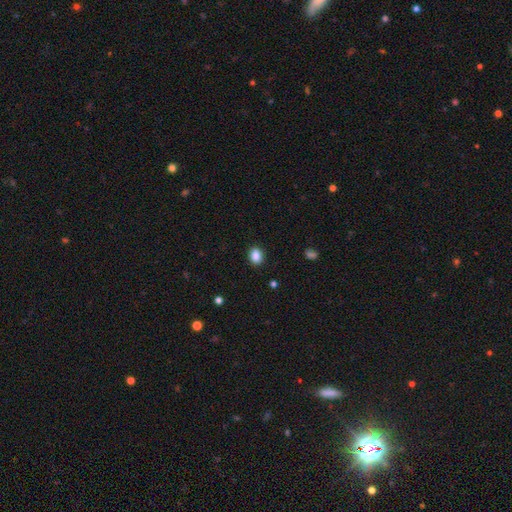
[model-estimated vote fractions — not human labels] Smooth or featured?
  - smooth: 88% *
  - star or artifact: 9%
  - featured or disk: 3%
How rounded?
  - in between: 62% *
  - round: 37%
  - cigar-shaped: 1%
Merging?
  - none: 89% *
  - minor disturbance: 8%
  - major disturbance: 2%
  - merger: 1%